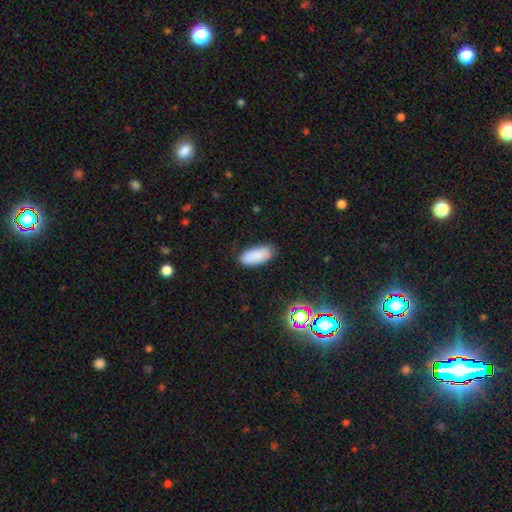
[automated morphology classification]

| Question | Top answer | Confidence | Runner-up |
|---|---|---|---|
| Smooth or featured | smooth | 86% | star or artifact (8%) |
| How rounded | in between | 90% | cigar-shaped (8%) |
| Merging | none | 79% | minor disturbance (16%) |